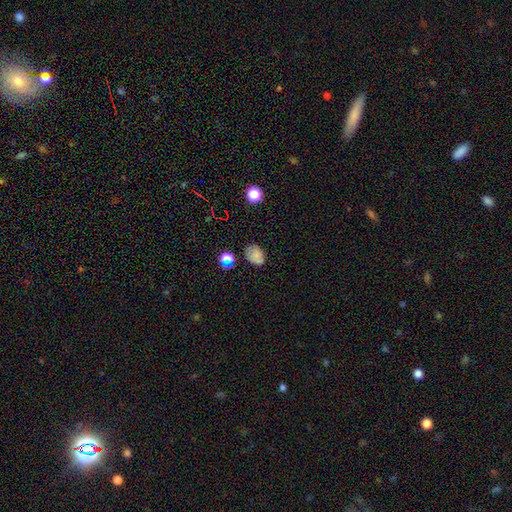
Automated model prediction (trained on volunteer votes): Smooth or featured: smooth — 76% (star or artifact — 16%)
How rounded: in between — 61% (round — 37%)
Merging: none — 75% (minor disturbance — 18%)